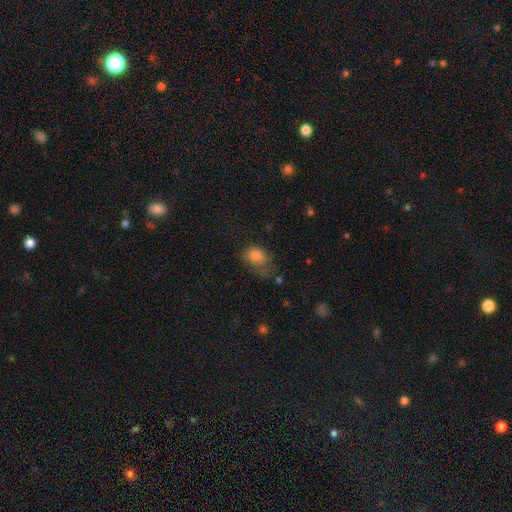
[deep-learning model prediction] Smooth or featured?
  - smooth: 80% *
  - star or artifact: 11%
  - featured or disk: 9%
How rounded?
  - in between: 70% *
  - round: 29%
  - cigar-shaped: 1%
Merging?
  - none: 34% *
  - minor disturbance: 32%
  - major disturbance: 31%
  - merger: 3%